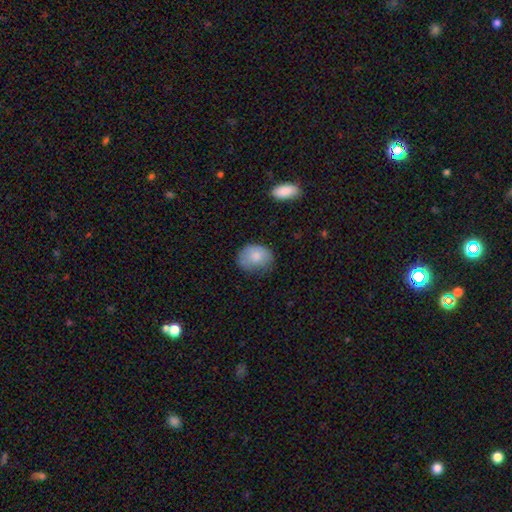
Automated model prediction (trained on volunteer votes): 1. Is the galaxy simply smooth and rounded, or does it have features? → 79% smooth, 14% featured or disk, 7% star or artifact.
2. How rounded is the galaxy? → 51% in between, 48% round, 1% cigar-shaped.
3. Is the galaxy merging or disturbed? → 60% none, 30% minor disturbance, 8% major disturbance, 2% merger.